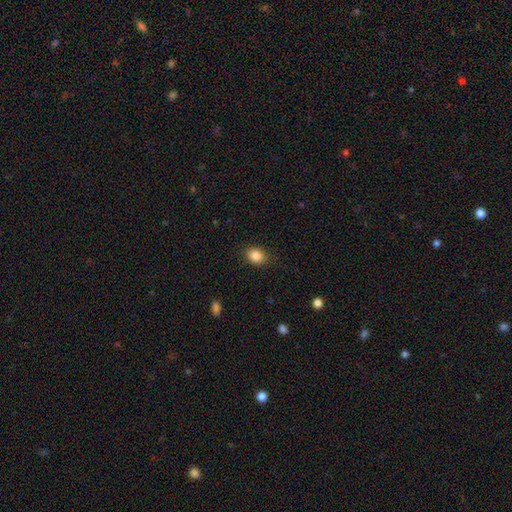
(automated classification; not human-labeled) The model was most divided on "how rounded": in between: 58%, round: 41%, cigar-shaped: 1%. More confident: smooth or featured — smooth (87%); merging — none (84%).